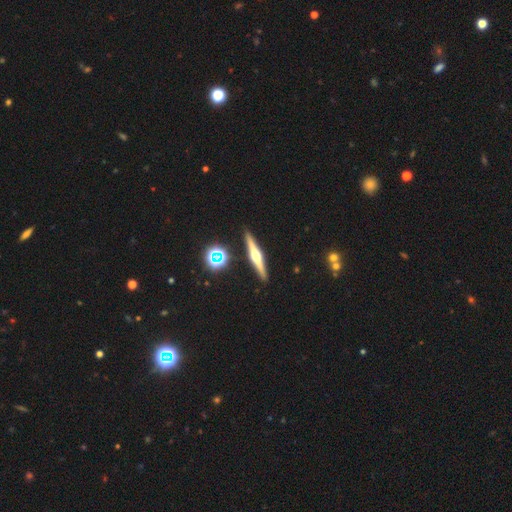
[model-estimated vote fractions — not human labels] A featured or disk galaxy (74%) viewed edge-on (98%) with a rounded central bulge (93%).

Vote fractions:
- Smooth or featured? featured or disk: 74% / smooth: 18% / star or artifact: 8%
- Edge-on disk? yes: 98% / no: 2%
- Edge-on bulge? rounded: 93% / boxy: 5% / none: 3%
- Merging? none: 91% / minor disturbance: 6% / merger: 2% / major disturbance: 1%